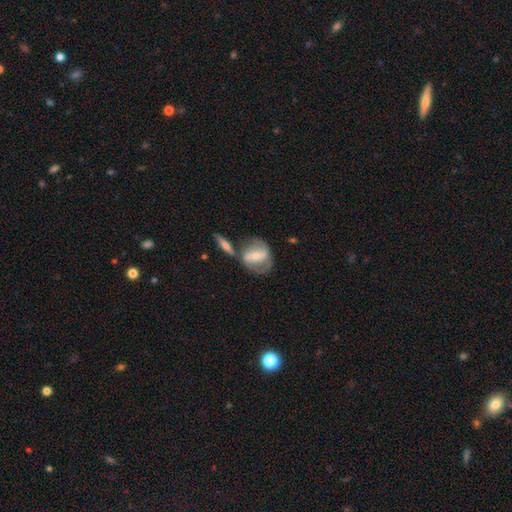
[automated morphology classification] A featured or disk galaxy (60%) with a strong bar (50%), spiral arms (52%) and a moderate central bulge (47%, tied with small). Merging: none (47%).